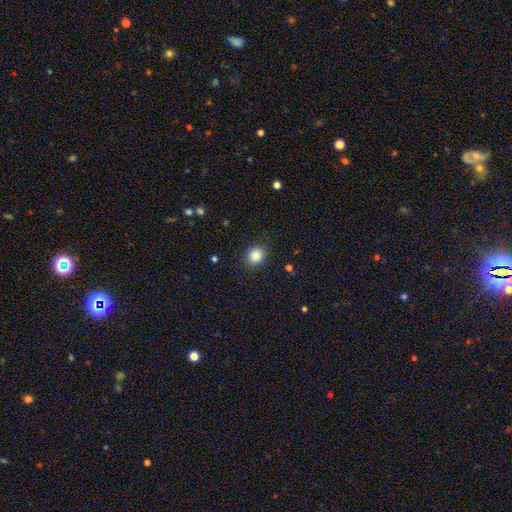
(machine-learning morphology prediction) type=smooth (86%); roundness=round (75%); merging=none (87%).